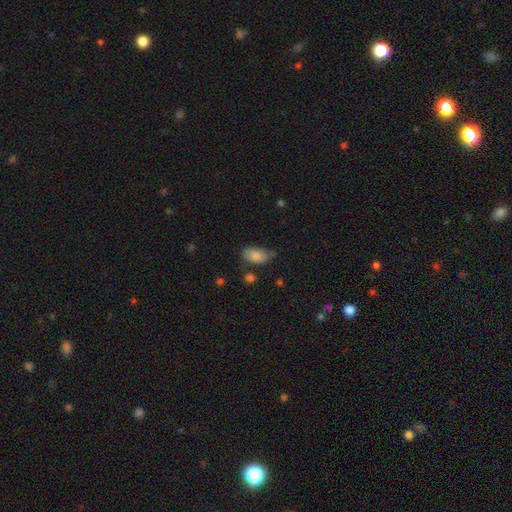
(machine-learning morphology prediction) smooth-or-featured: smooth: 84% | featured or disk: 9% | star or artifact: 7%
  how-rounded: in between: 93% | round: 4% | cigar-shaped: 3%
  merging: none: 53% | minor disturbance: 33% | major disturbance: 8% | merger: 5%